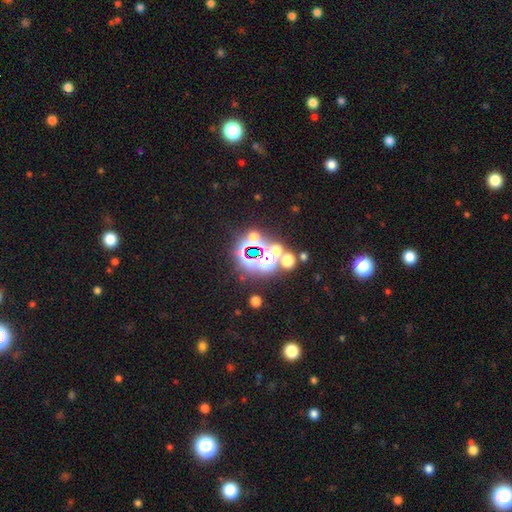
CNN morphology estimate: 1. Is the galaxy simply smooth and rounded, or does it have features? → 79% star or artifact, 12% smooth, 9% featured or disk.